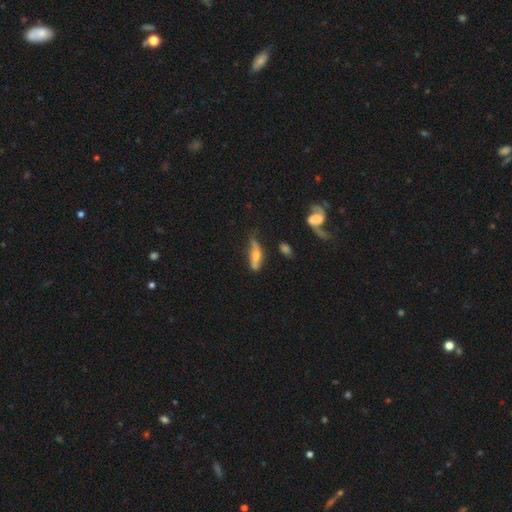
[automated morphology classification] smooth 49%, featured or disk 43%, star or artifact 8%. Down the decision tree: merging — none (46%).